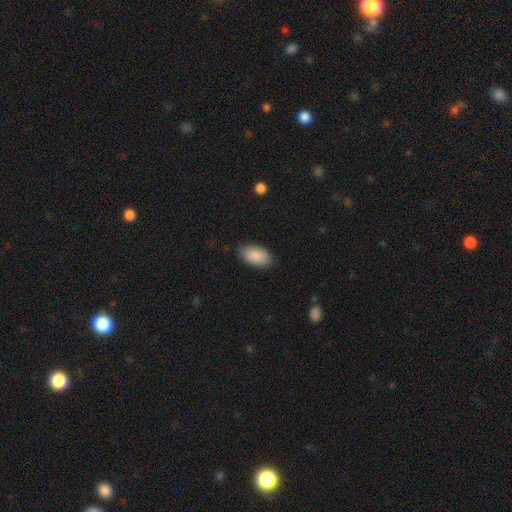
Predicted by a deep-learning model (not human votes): Morphology: type=smooth (89%); roundness=in between (95%); merging=none (85%).